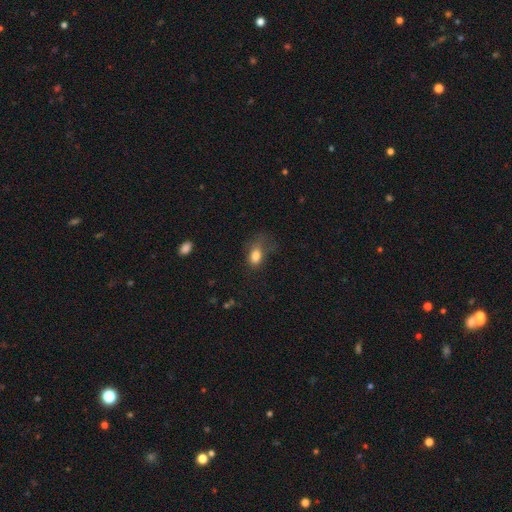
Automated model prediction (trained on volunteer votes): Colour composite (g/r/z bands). It shows a smooth galaxy with no disk features (80%) that is in between round and cigar-shaped (81%). Merging: none (35%).